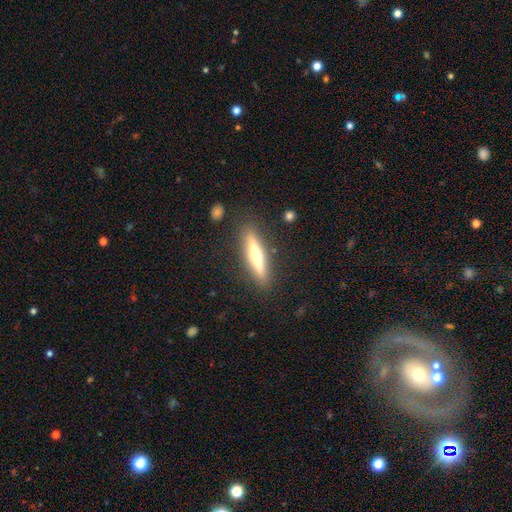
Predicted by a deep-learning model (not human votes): Smooth or featured?
  - featured or disk: 56% *
  - smooth: 38%
  - star or artifact: 6%
Edge-on disk?
  - yes: 93% *
  - no: 7%
Edge-on bulge?
  - rounded: 82% *
  - none: 11%
  - boxy: 7%
Merging?
  - none: 87% *
  - minor disturbance: 9%
  - major disturbance: 2%
  - merger: 2%